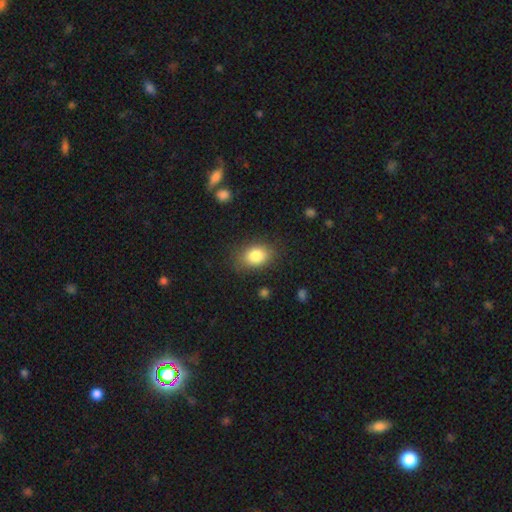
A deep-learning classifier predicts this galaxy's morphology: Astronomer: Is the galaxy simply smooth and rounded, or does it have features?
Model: smooth — 82%.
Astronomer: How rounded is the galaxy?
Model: in between — 72%.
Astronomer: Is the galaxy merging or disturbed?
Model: none — 82%.